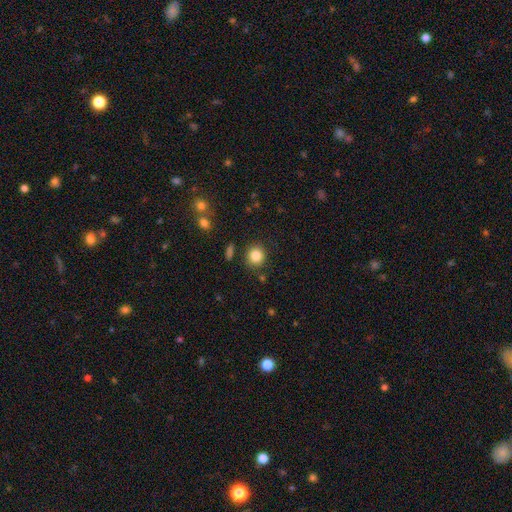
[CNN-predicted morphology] Smooth or featured? Predicted: smooth (p=0.85). How rounded? Predicted: round (p=0.87). Merging? Predicted: none (p=0.85).